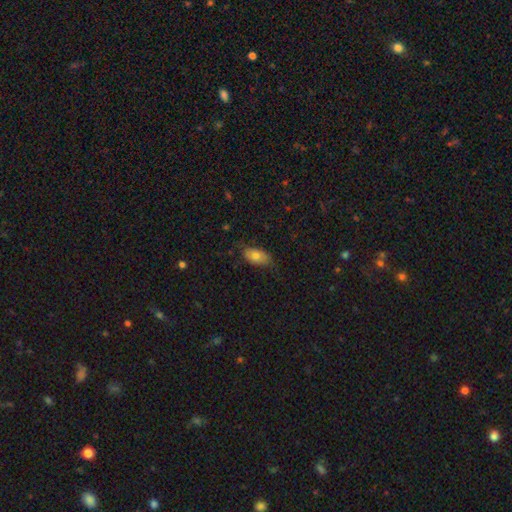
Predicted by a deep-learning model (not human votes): Overall: smooth (75%). How rounded: in between (91%). Merging: none (73%).